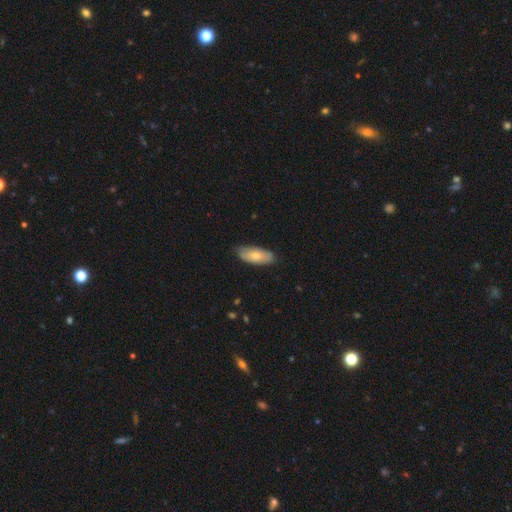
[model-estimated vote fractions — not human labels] Smooth or featured: smooth — 68% (featured or disk — 26%)
How rounded: in between — 83% (cigar-shaped — 15%)
Merging: none — 80% (minor disturbance — 17%)